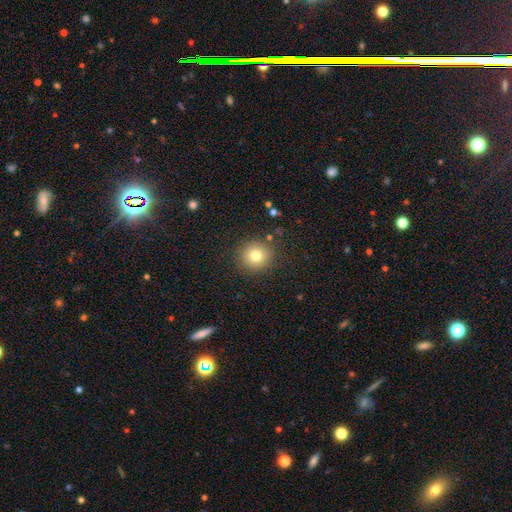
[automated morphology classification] This appears to be a smooth galaxy with no disk features (79%) that is round (91%). Merging: none (88%).